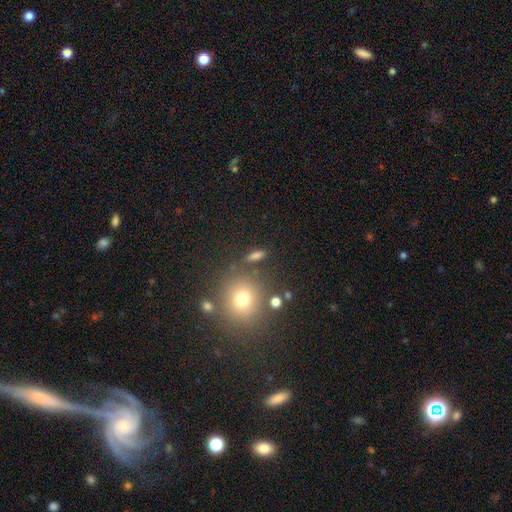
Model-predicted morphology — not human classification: The model was most divided on "how rounded": in between: 52%, cigar-shaped: 29%, round: 19%. More confident: merging — none (78%); smooth or featured — smooth (75%).